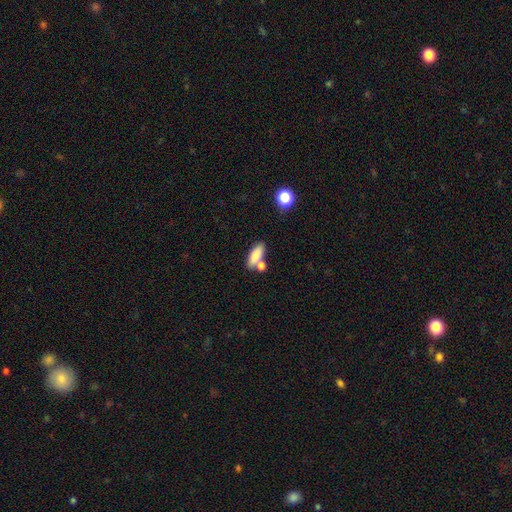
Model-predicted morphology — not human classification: Overall: smooth (82%). How rounded: in between (66%; cigar-shaped 30%). Merging: none (54%; merger 29%).